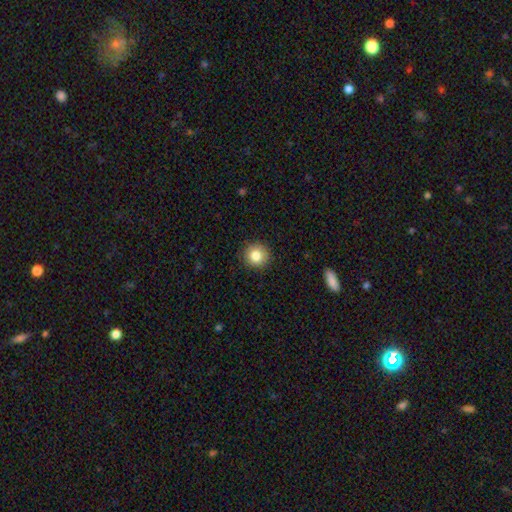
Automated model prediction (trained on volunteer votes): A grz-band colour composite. It shows a smooth galaxy with no disk features (83%) that is round (92%). Merging: none (90%).